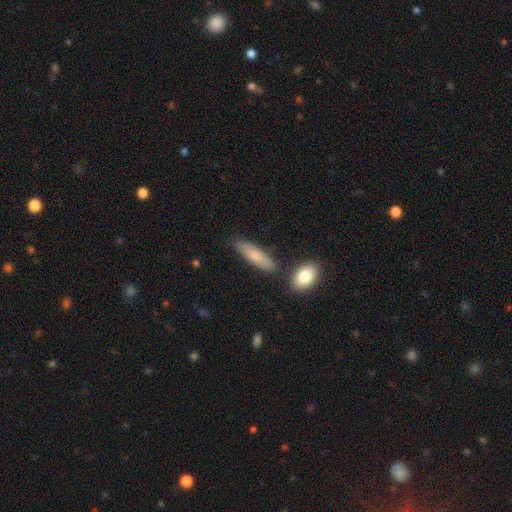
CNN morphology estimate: Smooth or featured?
  - smooth: 79% *
  - featured or disk: 15%
  - star or artifact: 6%
How rounded?
  - cigar-shaped: 58% *
  - in between: 39%
  - round: 2%
Merging?
  - none: 78% *
  - minor disturbance: 12%
  - merger: 7%
  - major disturbance: 3%